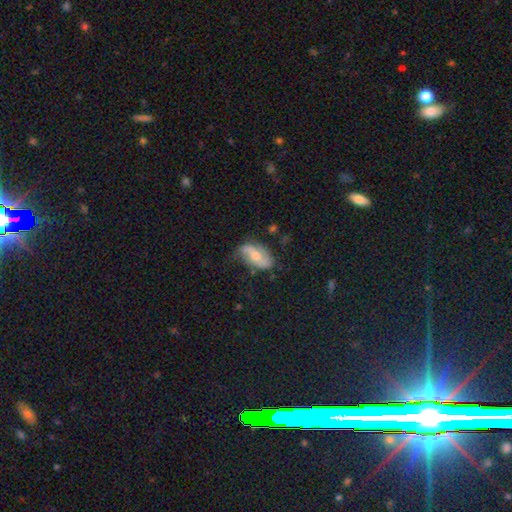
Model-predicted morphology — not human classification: This appears to be a featured or disk galaxy (60%) with no bar (49%), spiral arms (80%) and a moderate central bulge (58%). Merging: none (60%).